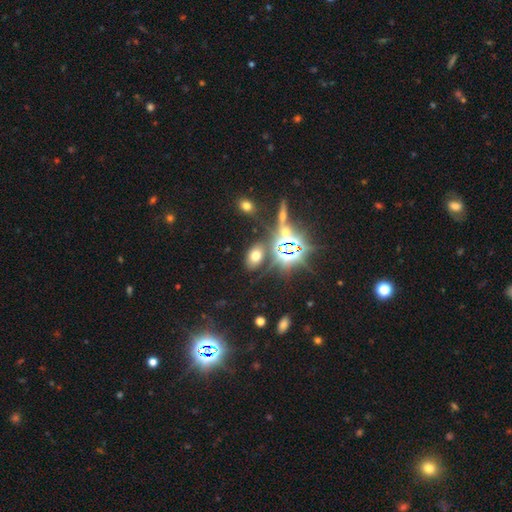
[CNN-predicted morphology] smooth 55%, star or artifact 33%, featured or disk 12%. Down the decision tree: how rounded — in between (80%); merging — none (78%).